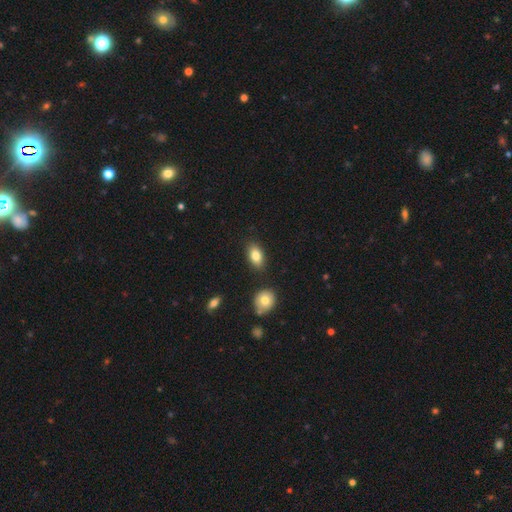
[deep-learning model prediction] smooth_or_featured: smooth (p=0.83) [alt: featured or disk p=0.09]
how_rounded: in between (p=0.90) [alt: round p=0.07]
merging: none (p=0.83) [alt: minor disturbance p=0.10]